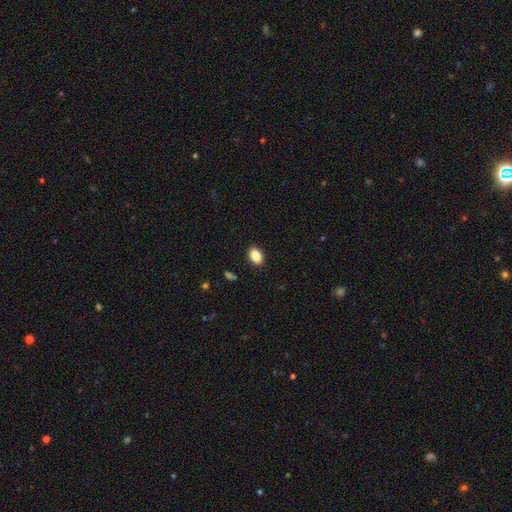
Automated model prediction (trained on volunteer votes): Overall: smooth (86%). How rounded: in between (85%). Merging: none (90%).